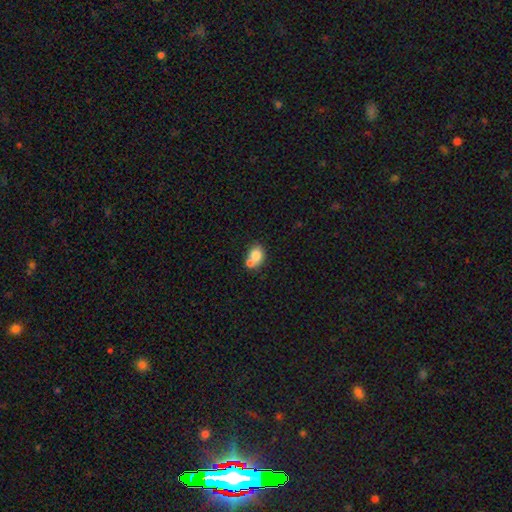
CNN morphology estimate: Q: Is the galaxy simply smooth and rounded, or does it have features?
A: smooth — 78%.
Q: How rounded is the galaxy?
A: in between — 50%.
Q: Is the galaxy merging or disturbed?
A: merger — 50%.